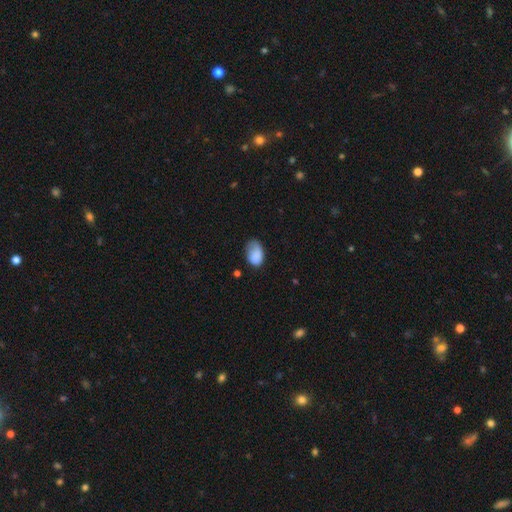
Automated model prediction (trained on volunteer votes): smooth-or-featured: smooth: 85% | featured or disk: 8% | star or artifact: 7%
  how-rounded: in between: 89% | round: 10% | cigar-shaped: 1%
  merging: none: 48% | minor disturbance: 37% | major disturbance: 12% | merger: 2%